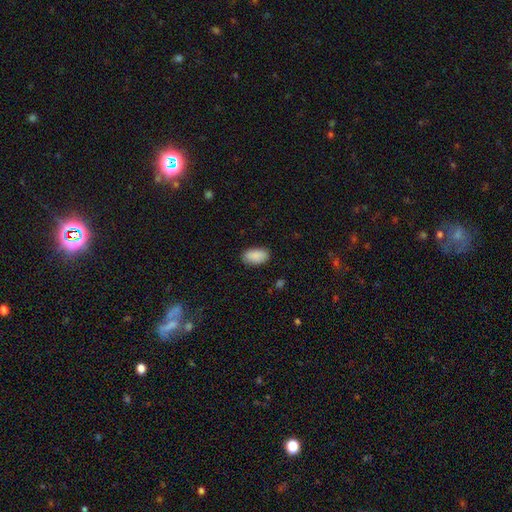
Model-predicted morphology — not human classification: smooth_or_featured: smooth (p=0.90) [alt: star or artifact p=0.06]
how_rounded: in between (p=0.94) [alt: round p=0.04]
merging: none (p=0.84) [alt: minor disturbance p=0.12]